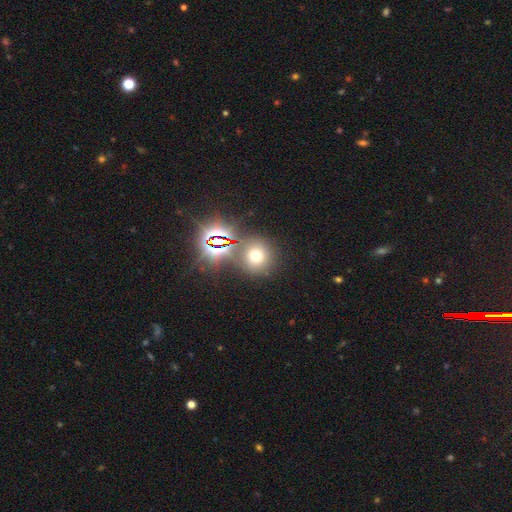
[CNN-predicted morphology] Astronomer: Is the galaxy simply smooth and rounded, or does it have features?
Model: smooth — 59%.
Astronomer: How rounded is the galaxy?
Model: round — 91%.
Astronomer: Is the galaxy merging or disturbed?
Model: none — 77%.